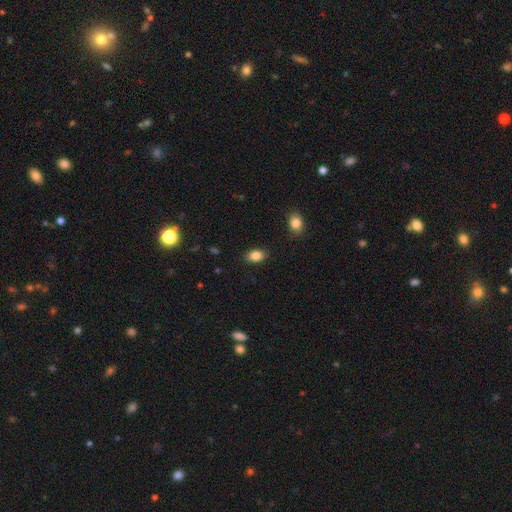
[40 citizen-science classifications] smooth-or-featured: smooth: 92% | star or artifact: 5% | featured or disk: 2%
  how-rounded: in between: 78% | round: 22% | cigar-shaped: 0%
  merging: none: 89% | minor disturbance: 11% | major disturbance: 0% | merger: 0%